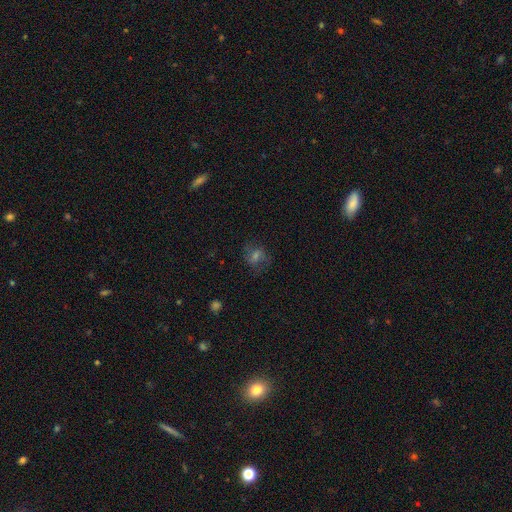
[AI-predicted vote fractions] featured or disk 44%, smooth 35%, star or artifact 21%. Down the decision tree: merging — none (73%).